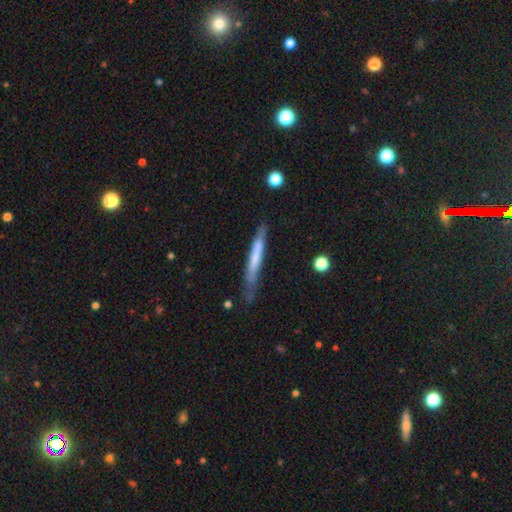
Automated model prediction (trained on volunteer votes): Smooth or featured?
  - smooth: 58% *
  - featured or disk: 36%
  - star or artifact: 6%
How rounded?
  - cigar-shaped: 95% *
  - in between: 3%
  - round: 1%
Merging?
  - none: 69% *
  - minor disturbance: 22%
  - major disturbance: 6%
  - merger: 3%